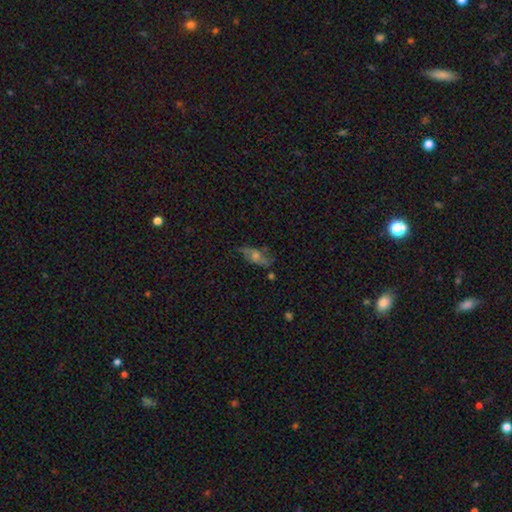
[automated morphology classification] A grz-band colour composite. It shows a featured or disk galaxy (53%). Merging: none (67%).